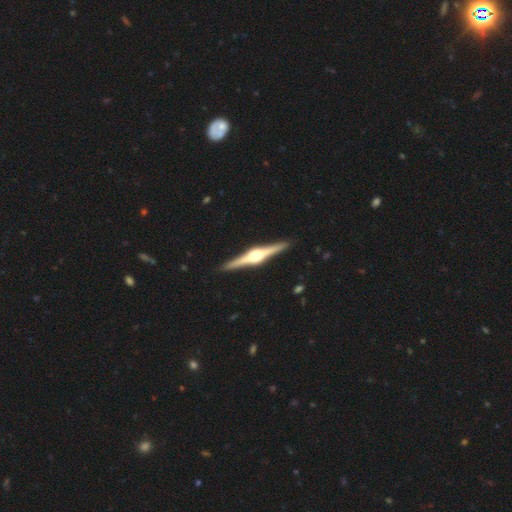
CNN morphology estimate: Overall: featured or disk (86%). Edge-on disk: yes (99%). Edge-on bulge: rounded (92%). Merging: none (92%).